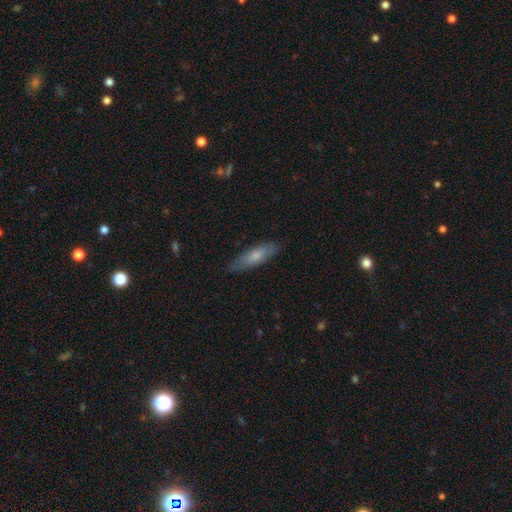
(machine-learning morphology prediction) smooth 71%, featured or disk 24%, star or artifact 5%. Down the decision tree: how rounded — cigar-shaped (60%); merging — none (83%).